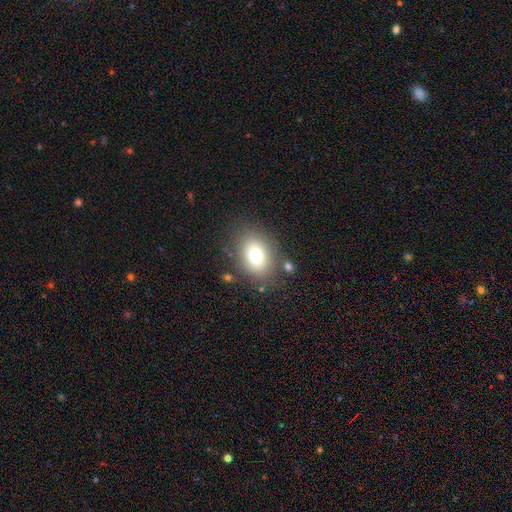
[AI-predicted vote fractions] This is likely a smooth galaxy (74%). How rounded: likely in between (61%). Merging: likely none (78%).